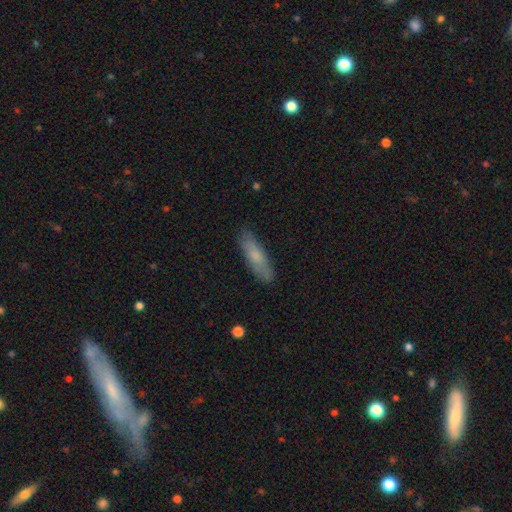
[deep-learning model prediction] Q: Smooth or featured?
A: smooth (69%); runner-up: featured or disk (25%)
Q: How rounded?
A: cigar-shaped (64%); runner-up: in between (35%)
Q: Merging?
A: none (84%); runner-up: minor disturbance (12%)